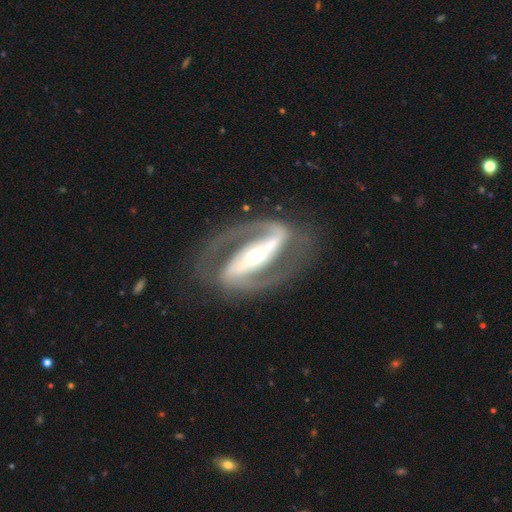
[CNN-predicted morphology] Smooth or featured? featured or disk (92%)
Edge-on disk? no (95%)
Bar? strong (75%)
Spiral arms? yes (97%)
Spiral winding? medium (56%)
Spiral arm count? 2 (93%)
Bulge size? moderate (53%)
Merging? none (79%)